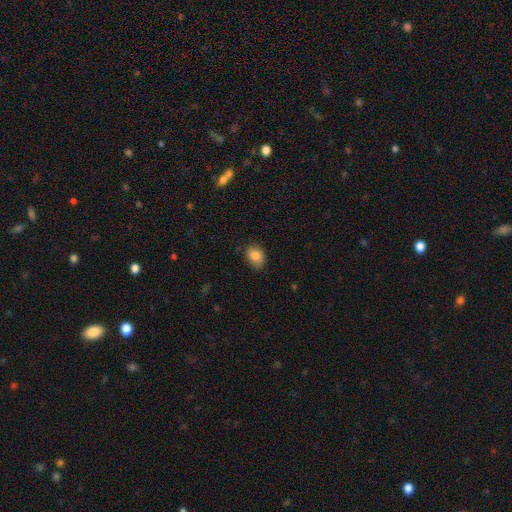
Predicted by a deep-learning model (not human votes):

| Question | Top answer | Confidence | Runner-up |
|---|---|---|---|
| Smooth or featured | smooth | 85% | star or artifact (8%) |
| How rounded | in between | 61% | round (38%) |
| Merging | none | 75% | minor disturbance (20%) |